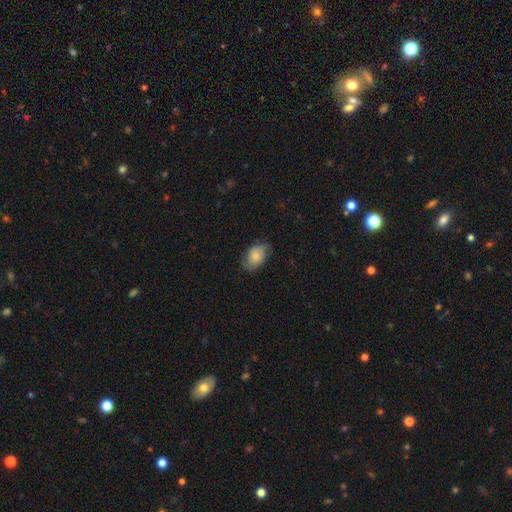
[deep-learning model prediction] Smooth or featured? Predicted: smooth (p=0.72). How rounded? Predicted: in between (p=0.82). Merging? Predicted: none (p=0.65).